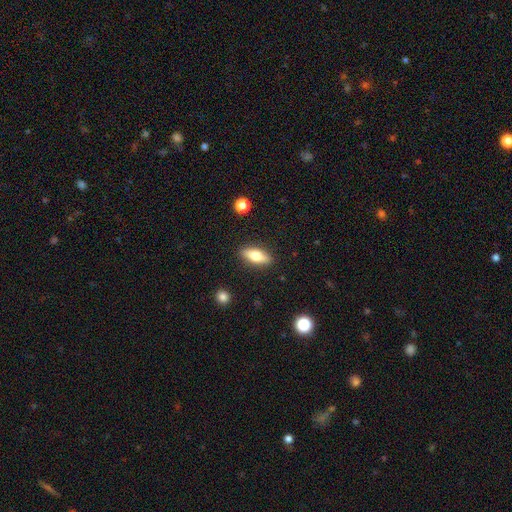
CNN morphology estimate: smooth-or-featured: smooth: 64% | featured or disk: 30% | star or artifact: 7%
  how-rounded: in between: 66% | cigar-shaped: 31% | round: 3%
  merging: none: 88% | minor disturbance: 8% | major disturbance: 2% | merger: 1%